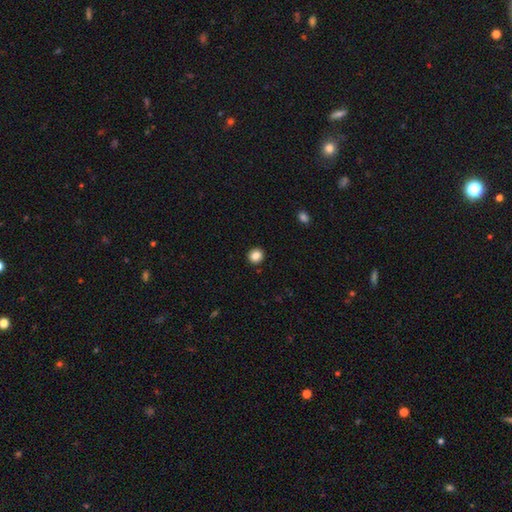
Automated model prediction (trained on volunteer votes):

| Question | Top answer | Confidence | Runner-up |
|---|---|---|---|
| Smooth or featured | smooth | 85% | star or artifact (10%) |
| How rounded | round | 86% | in between (13%) |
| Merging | none | 92% | minor disturbance (5%) |